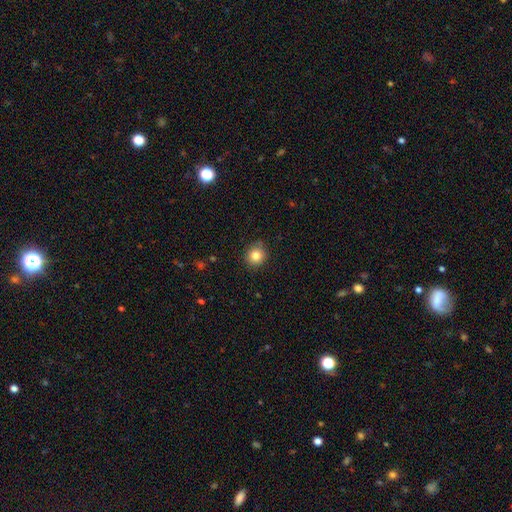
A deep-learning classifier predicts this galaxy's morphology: Smooth or featured? Predicted: smooth (p=0.83). How rounded? Predicted: round (p=0.83). Merging? Predicted: none (p=0.85).